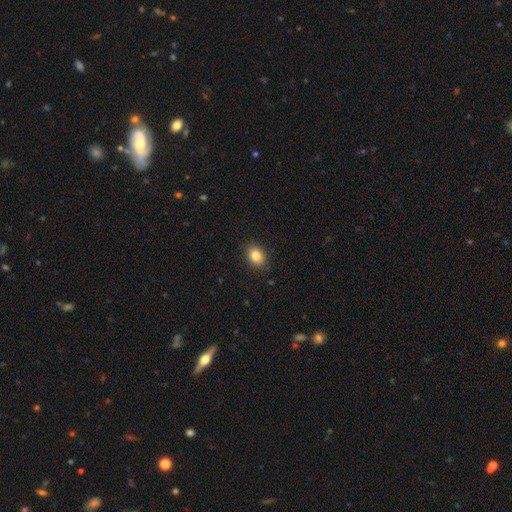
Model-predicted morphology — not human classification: A smooth galaxy with no disk features (83%) that is in between round and cigar-shaped (65%). Merging: none (88%).